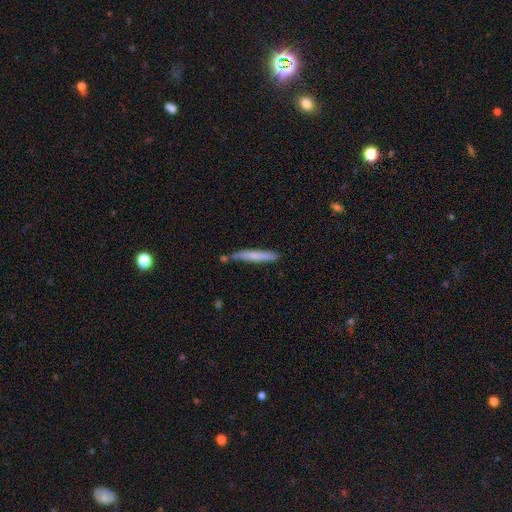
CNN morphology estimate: Smooth or featured? Predicted: smooth (p=0.70). How rounded? Predicted: cigar-shaped (p=0.95). Merging? Predicted: none (p=0.71).